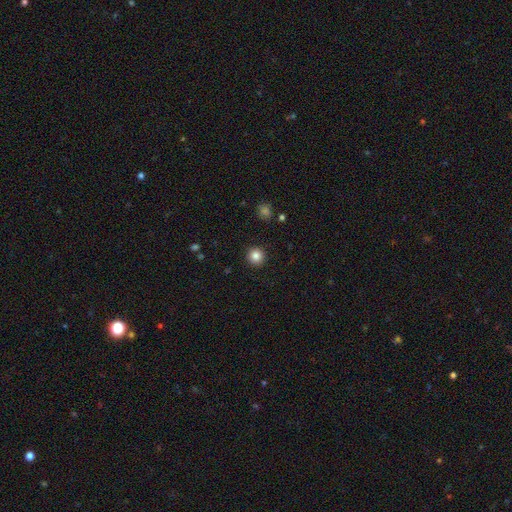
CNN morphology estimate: smooth_or_featured: smooth (p=0.84) [alt: star or artifact p=0.11]
how_rounded: round (p=0.95) [alt: in between p=0.04]
merging: none (p=0.92) [alt: minor disturbance p=0.05]